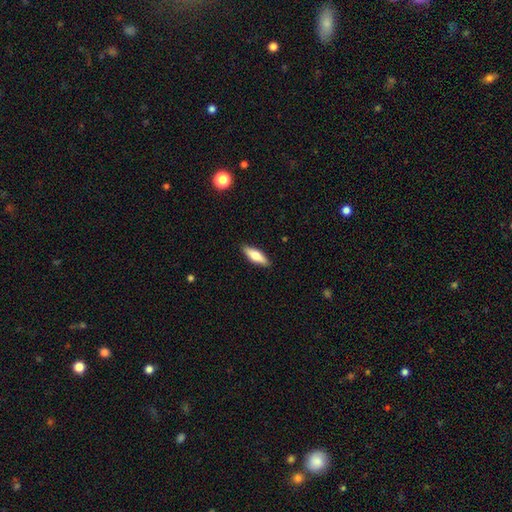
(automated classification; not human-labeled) smooth_or_featured: smooth (p=0.66) [alt: featured or disk p=0.28]
how_rounded: in between (p=0.51) [alt: cigar-shaped p=0.47]
merging: none (p=0.89) [alt: minor disturbance p=0.09]